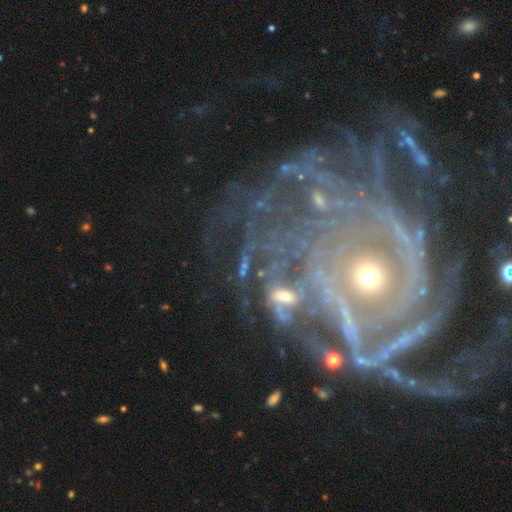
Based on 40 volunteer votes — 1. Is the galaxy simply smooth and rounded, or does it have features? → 88% featured or disk, 8% star or artifact, 5% smooth.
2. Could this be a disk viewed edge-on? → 97% no, 3% yes.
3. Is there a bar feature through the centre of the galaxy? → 74% no, 18% strong, 9% weak.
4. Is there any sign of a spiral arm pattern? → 88% yes, 12% no.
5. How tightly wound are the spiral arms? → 57% tight, 30% medium, 13% loose.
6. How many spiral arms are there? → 57% can't tell, 33% more than 4, 7% 3, 3% 4, 0% 1, 0% 2.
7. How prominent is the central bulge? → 53% small, 41% moderate, 6% large, 0% dominant, 0% none.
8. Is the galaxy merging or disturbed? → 41% major disturbance, 38% none, 14% minor disturbance, 8% merger.